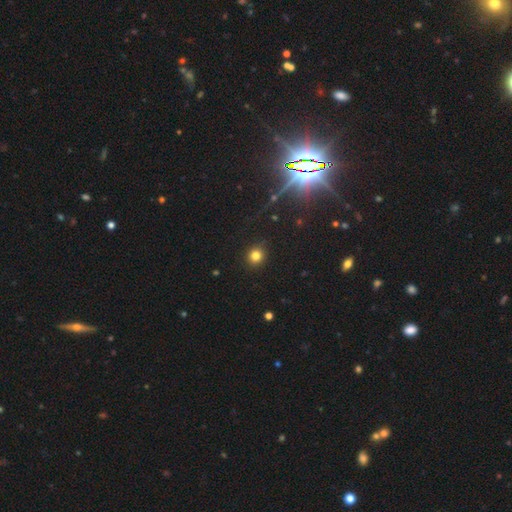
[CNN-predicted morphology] A smooth galaxy with no disk features (80%) that is round (89%). Merging: none (90%).